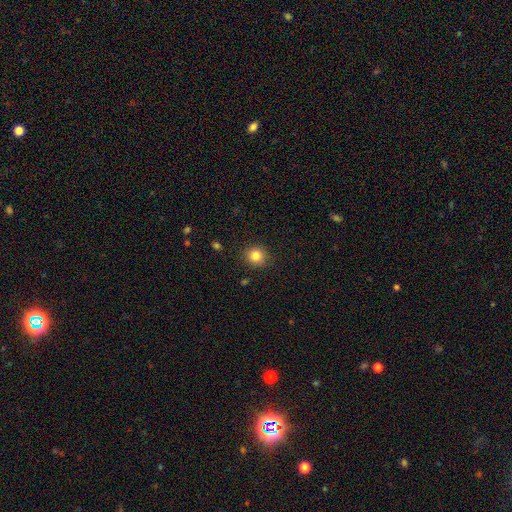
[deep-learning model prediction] This is clearly a smooth galaxy (83%). How rounded: clearly round (89%). Merging: clearly none (89%).